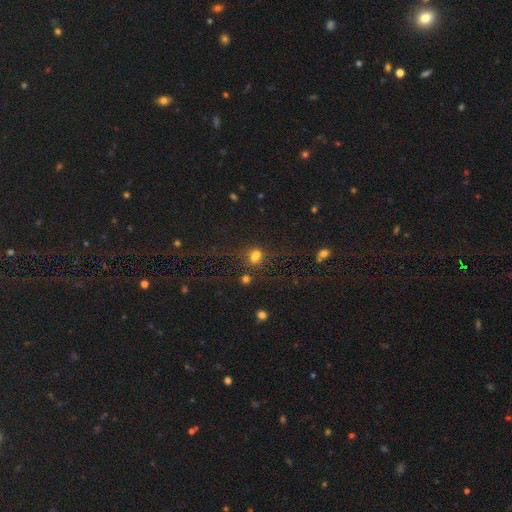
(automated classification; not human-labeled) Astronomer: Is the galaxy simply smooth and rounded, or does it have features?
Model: smooth — 59%.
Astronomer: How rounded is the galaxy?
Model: round — 56% (runner-up: in between, 41%).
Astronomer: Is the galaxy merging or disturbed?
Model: none — 52%.